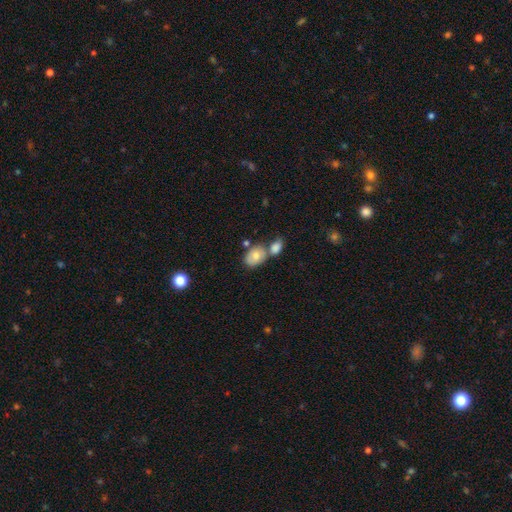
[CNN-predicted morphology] The model was most divided on "merging" (2-way tie): none: 42%, merger: 42%, minor disturbance: 12%, major disturbance: 4%. More confident: how rounded — in between (80%); smooth or featured — smooth (75%).